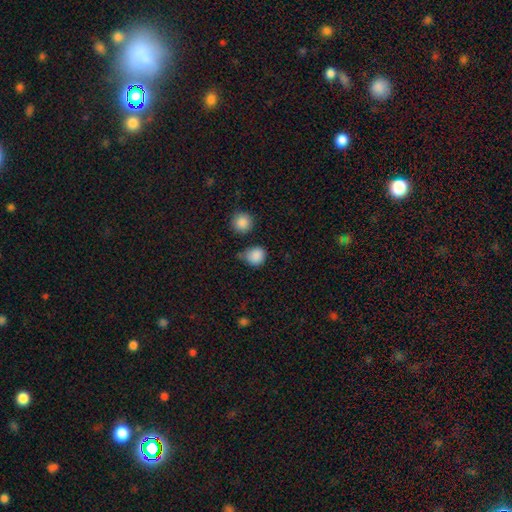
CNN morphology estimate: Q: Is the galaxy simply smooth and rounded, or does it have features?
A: smooth — 86%.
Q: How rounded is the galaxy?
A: round — 82%.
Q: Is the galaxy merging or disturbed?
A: none — 60%.